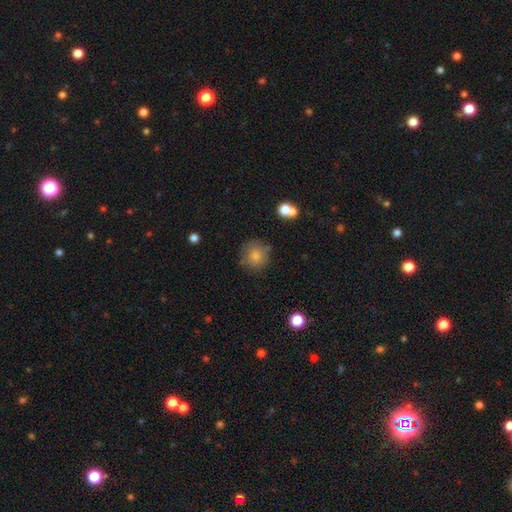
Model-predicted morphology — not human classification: Overall: smooth (81%). How rounded: round (90%). Merging: none (74%).